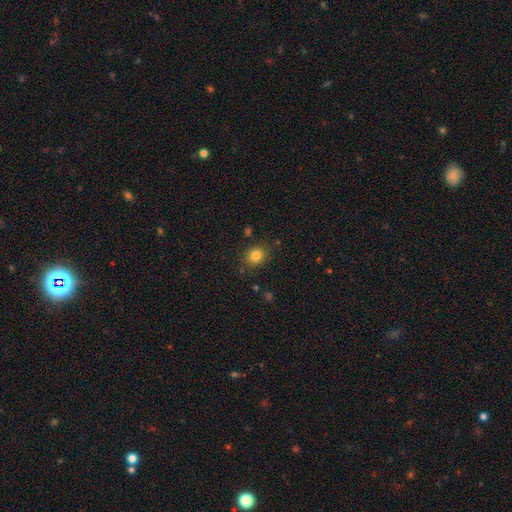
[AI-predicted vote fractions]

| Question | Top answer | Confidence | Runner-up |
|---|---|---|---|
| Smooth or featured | smooth | 81% | star or artifact (12%) |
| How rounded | round | 71% | in between (29%) |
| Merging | none | 83% | minor disturbance (11%) |